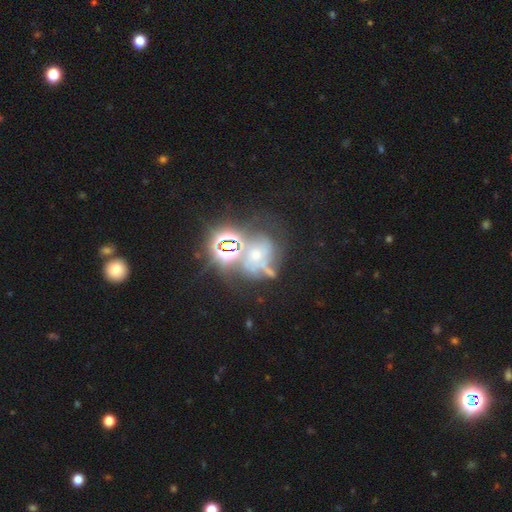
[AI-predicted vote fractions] A star or artifact, not a galaxy (45%).